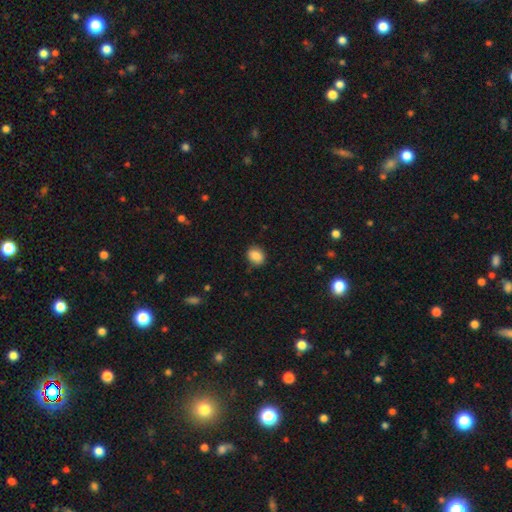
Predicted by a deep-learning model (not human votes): Smooth or featured: smooth — 86% (star or artifact — 9%)
How rounded: in between — 52% (round — 47%)
Merging: none — 85% (minor disturbance — 11%)